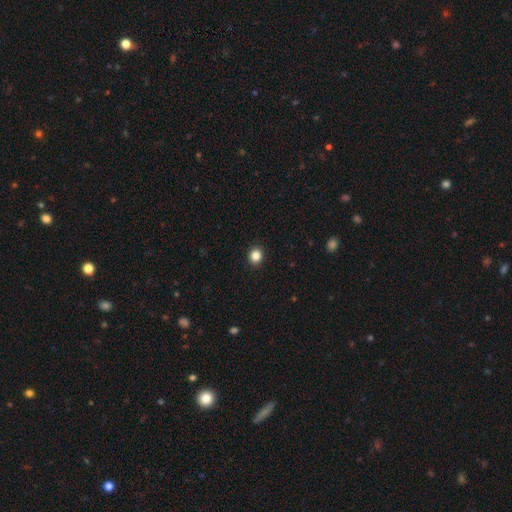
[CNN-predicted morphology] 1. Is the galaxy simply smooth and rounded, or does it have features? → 85% smooth, 11% star or artifact, 4% featured or disk.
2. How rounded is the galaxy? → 81% round, 18% in between, 1% cigar-shaped.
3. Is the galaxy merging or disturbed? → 92% none, 5% minor disturbance, 2% major disturbance, 1% merger.